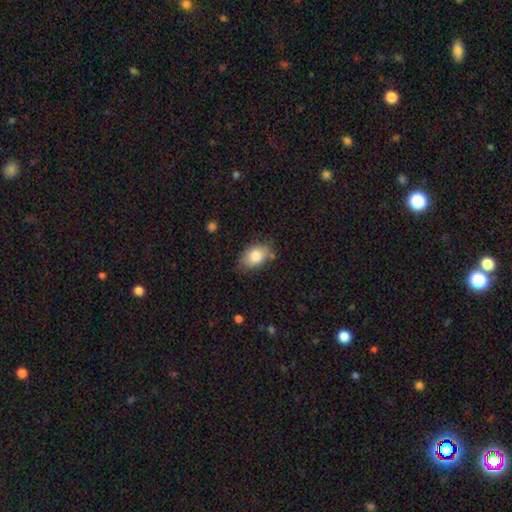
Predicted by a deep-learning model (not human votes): smooth_or_featured: smooth (p=0.82) [alt: featured or disk p=0.11]
how_rounded: in between (p=0.85) [alt: round p=0.13]
merging: none (p=0.74) [alt: minor disturbance p=0.19]